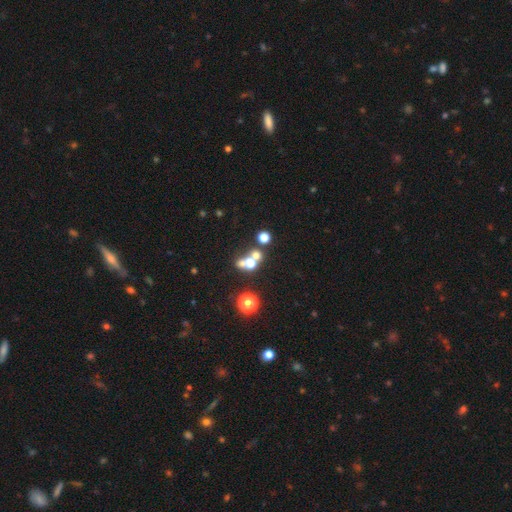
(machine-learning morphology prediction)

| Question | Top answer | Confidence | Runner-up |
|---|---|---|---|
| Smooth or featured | smooth | 56% | star or artifact (28%) |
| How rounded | round | 75% | in between (23%) |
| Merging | merger | 45% | none (42%) |